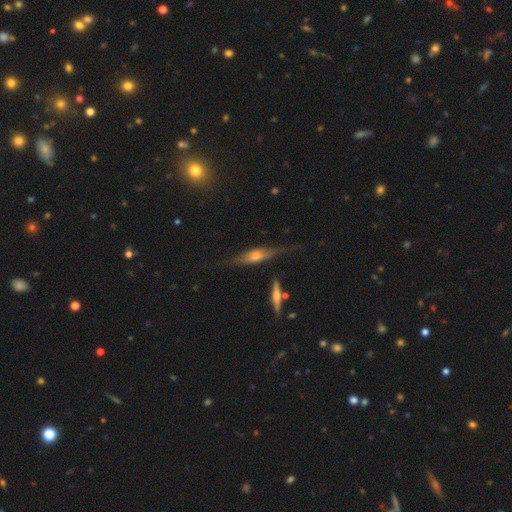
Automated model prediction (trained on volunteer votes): Overall: featured or disk (68%). Edge-on disk: yes (93%). Edge-on bulge: rounded (80%). Merging: none (70%).